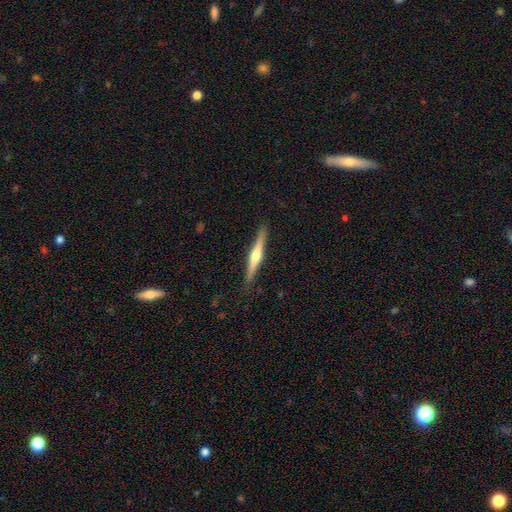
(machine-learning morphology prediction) Smooth or featured?
  - featured or disk: 66% *
  - smooth: 29%
  - star or artifact: 5%
Edge-on disk?
  - yes: 98% *
  - no: 2%
Edge-on bulge?
  - rounded: 81% *
  - none: 11%
  - boxy: 8%
Merging?
  - none: 89% *
  - minor disturbance: 8%
  - major disturbance: 2%
  - merger: 1%